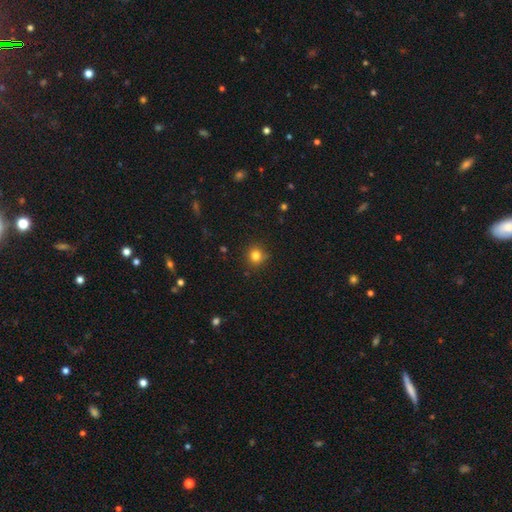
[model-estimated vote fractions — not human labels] Q: Smooth or featured?
A: smooth (81%); runner-up: star or artifact (13%)
Q: How rounded?
A: round (91%); runner-up: in between (8%)
Q: Merging?
A: none (88%); runner-up: minor disturbance (9%)